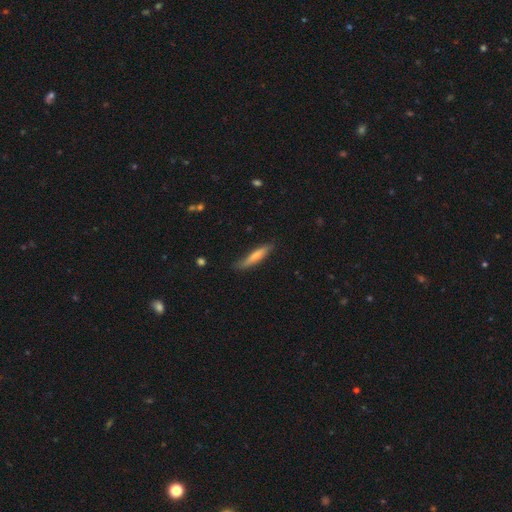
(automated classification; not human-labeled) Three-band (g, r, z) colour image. It shows a smooth galaxy with no disk features (69%) that is cigar-shaped (87%). Merging: none (76%).